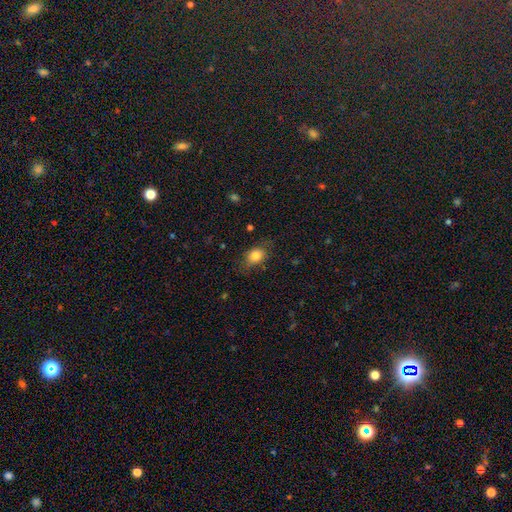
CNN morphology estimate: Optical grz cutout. It shows a smooth galaxy with no disk features (81%) that is in between round and cigar-shaped (67%). Merging: none (72%).